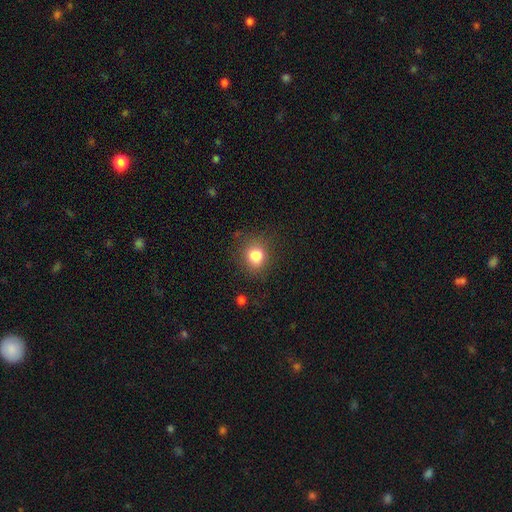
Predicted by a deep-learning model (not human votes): Smooth or featured? smooth (82%)
How rounded? round (73%)
Merging? none (76%)